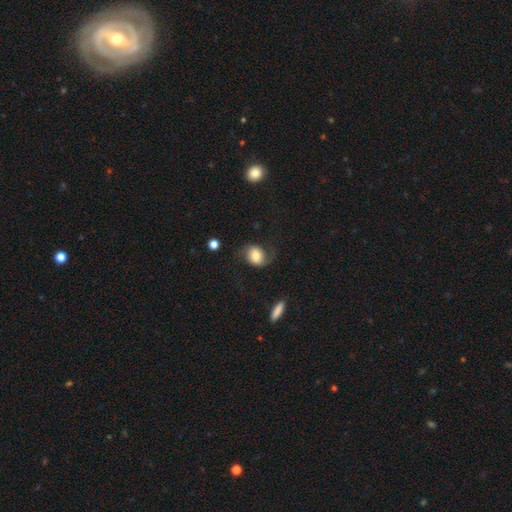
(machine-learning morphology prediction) A smooth galaxy with no disk features (49%). Merging: none (64%).